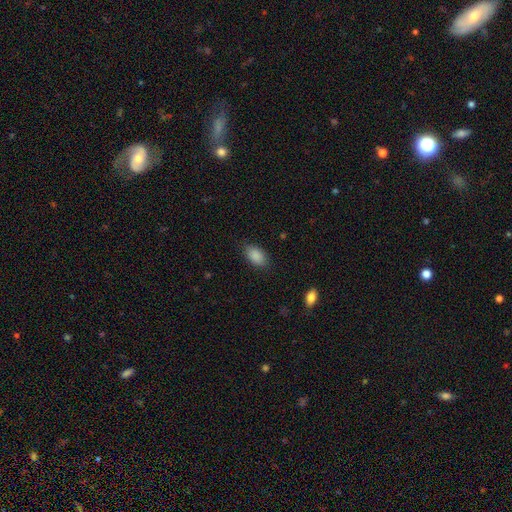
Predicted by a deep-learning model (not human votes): A smooth galaxy with no disk features (89%) that is in between round and cigar-shaped (92%). Merging: none (84%).